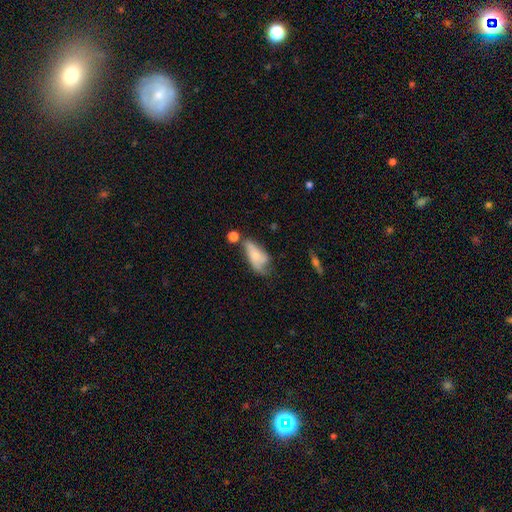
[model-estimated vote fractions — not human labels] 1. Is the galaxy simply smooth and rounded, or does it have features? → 55% smooth, 37% featured or disk, 8% star or artifact.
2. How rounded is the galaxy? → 84% in between, 12% cigar-shaped, 4% round.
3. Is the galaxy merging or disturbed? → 33% minor disturbance (tied), 33% none (tied), 22% major disturbance, 12% merger.